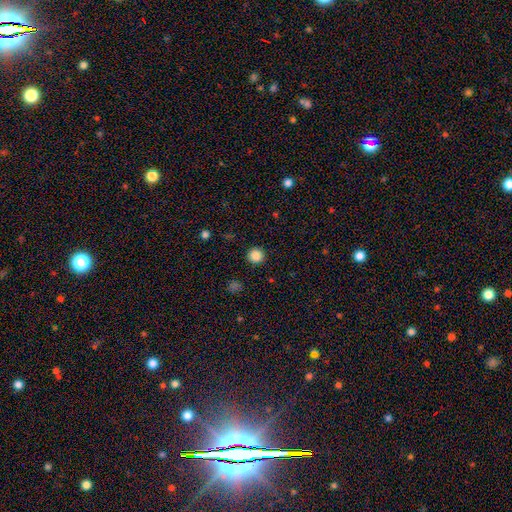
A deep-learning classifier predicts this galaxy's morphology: smooth-or-featured: smooth: 86% | star or artifact: 11% | featured or disk: 3%
  how-rounded: round: 96% | in between: 3% | cigar-shaped: 1%
  merging: none: 93% | minor disturbance: 4% | major disturbance: 2% | merger: 1%